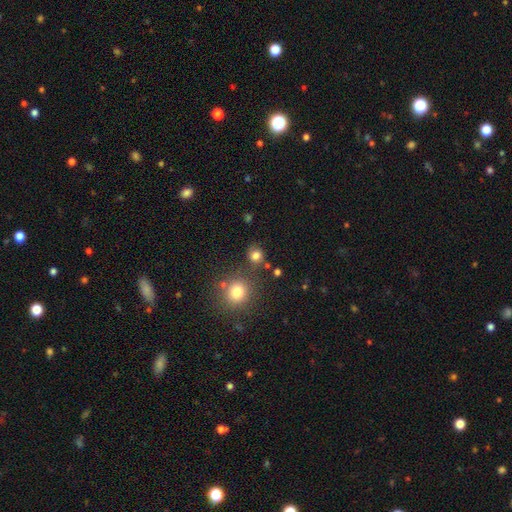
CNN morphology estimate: Q: Smooth or featured?
A: smooth (79%); runner-up: star or artifact (15%)
Q: How rounded?
A: round (85%); runner-up: in between (14%)
Q: Merging?
A: none (75%); runner-up: minor disturbance (11%)